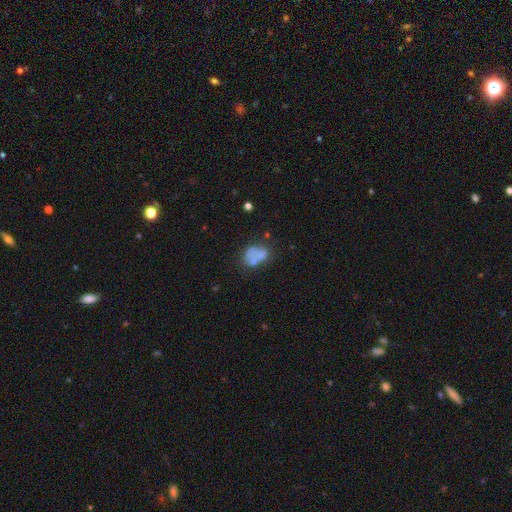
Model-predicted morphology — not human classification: This appears to be a smooth galaxy with no disk features (55%) that is in between round and cigar-shaped (67%). Merging: none (34%).